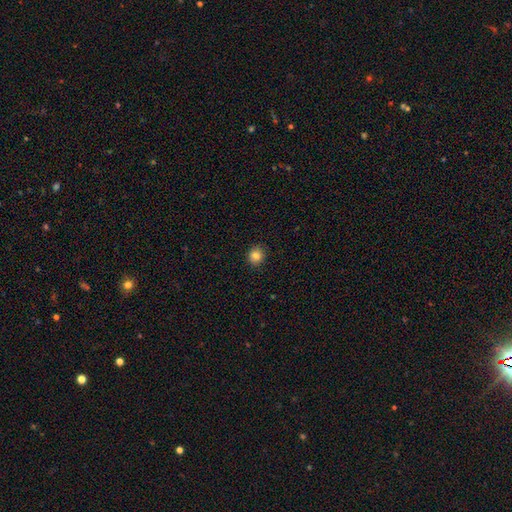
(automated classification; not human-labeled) Smooth or featured?
  - smooth: 83% *
  - star or artifact: 11%
  - featured or disk: 6%
How rounded?
  - round: 84% *
  - in between: 15%
  - cigar-shaped: 1%
Merging?
  - none: 91% *
  - minor disturbance: 7%
  - major disturbance: 2%
  - merger: 1%